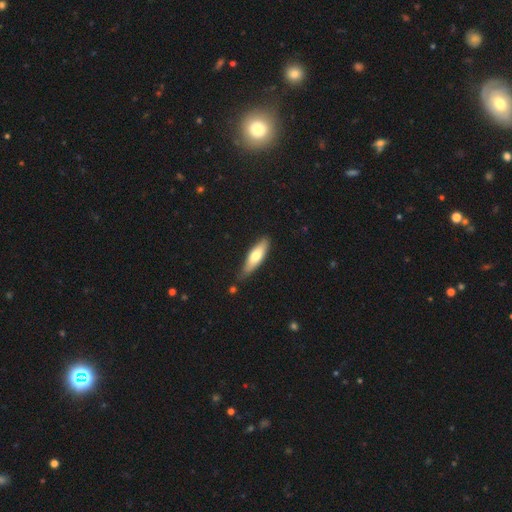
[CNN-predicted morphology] This appears to be a smooth galaxy with no disk features (64%) that is cigar-shaped (54%). Merging: none (77%).